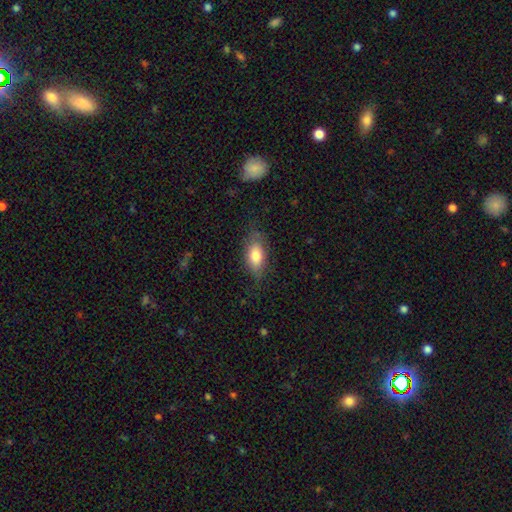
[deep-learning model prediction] Smooth or featured?
  - smooth: 78% *
  - featured or disk: 15%
  - star or artifact: 7%
How rounded?
  - in between: 87% *
  - cigar-shaped: 8%
  - round: 4%
Merging?
  - none: 73% *
  - minor disturbance: 19%
  - major disturbance: 6%
  - merger: 1%